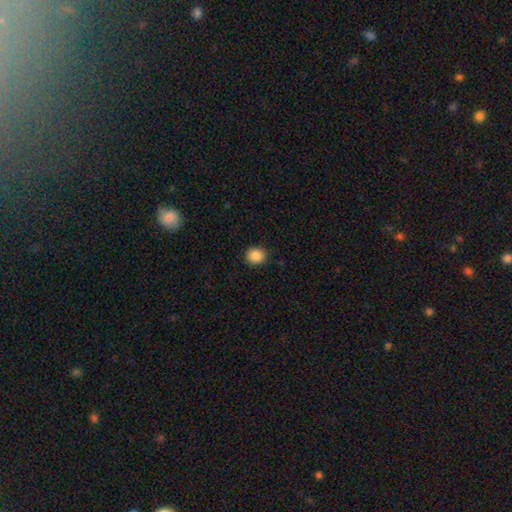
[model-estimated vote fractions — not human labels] smooth 88%, star or artifact 9%, featured or disk 3%. Down the decision tree: how rounded — round (79%); merging — none (90%).